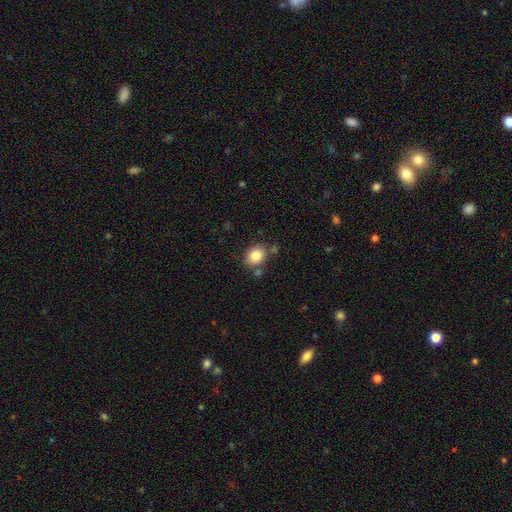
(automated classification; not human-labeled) This is clearly a smooth galaxy (83%). How rounded: possibly round (57%). Merging: likely none (74%).